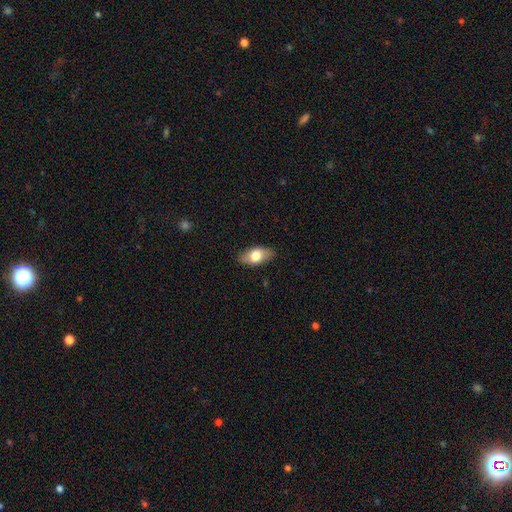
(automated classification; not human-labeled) smooth_or_featured: smooth (p=0.73) [alt: featured or disk p=0.20]
how_rounded: in between (p=0.90) [alt: cigar-shaped p=0.06]
merging: none (p=0.86) [alt: minor disturbance p=0.11]